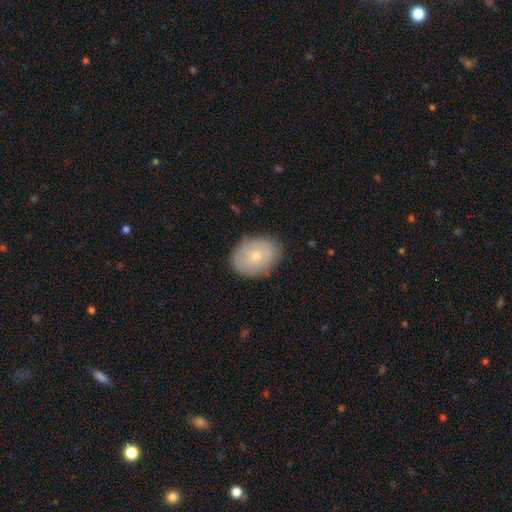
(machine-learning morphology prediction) smooth 67%, featured or disk 26%, star or artifact 7%. Down the decision tree: how rounded — in between (60%); merging — none (82%).